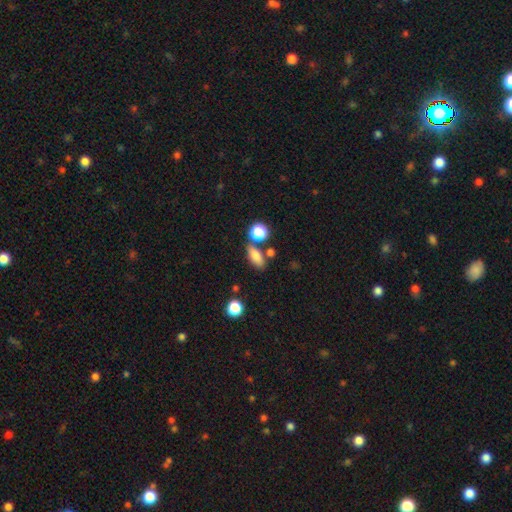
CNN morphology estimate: smooth 81%, star or artifact 10%, featured or disk 9%. Down the decision tree: how rounded — in between (76%); merging — none (70%).